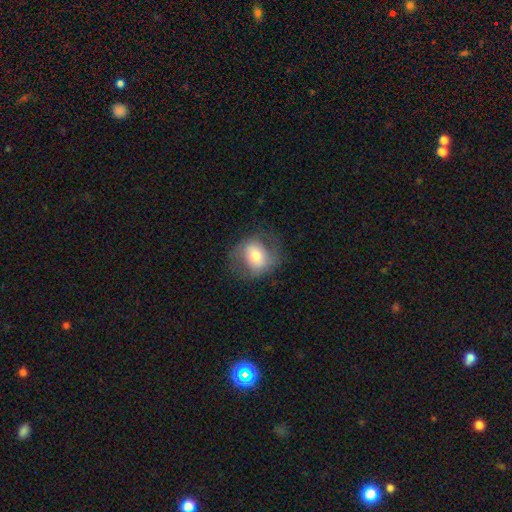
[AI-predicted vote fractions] Smooth or featured? smooth (61%)
How rounded? round (59%)
Merging? none (68%)